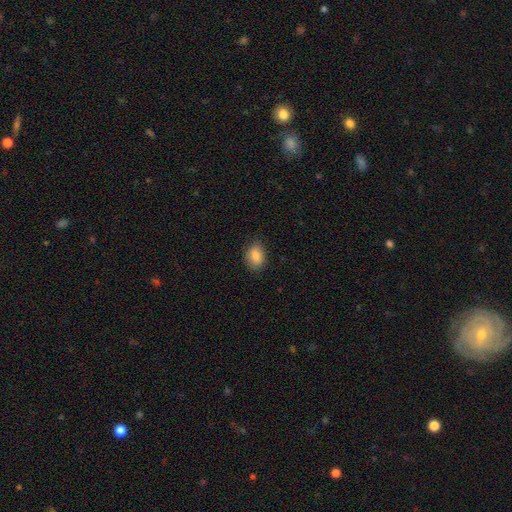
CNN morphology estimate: This appears to be a smooth galaxy with no disk features (87%) that is in between round and cigar-shaped (79%). Merging: none (79%).